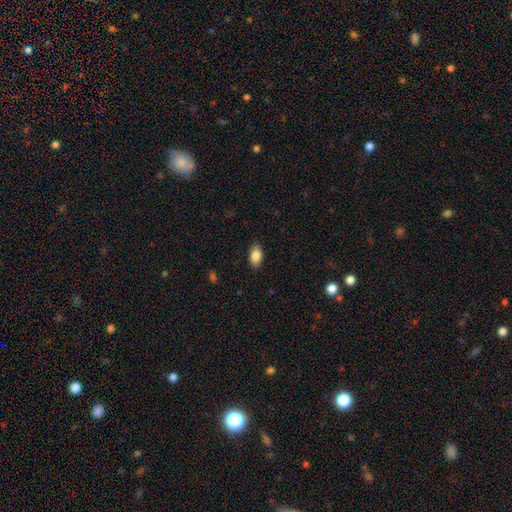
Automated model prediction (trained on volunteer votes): The model was most divided on "merging": none: 87%, minor disturbance: 10%, major disturbance: 2%, merger: 1%. More confident: how rounded — in between (92%); smooth or featured — smooth (86%).